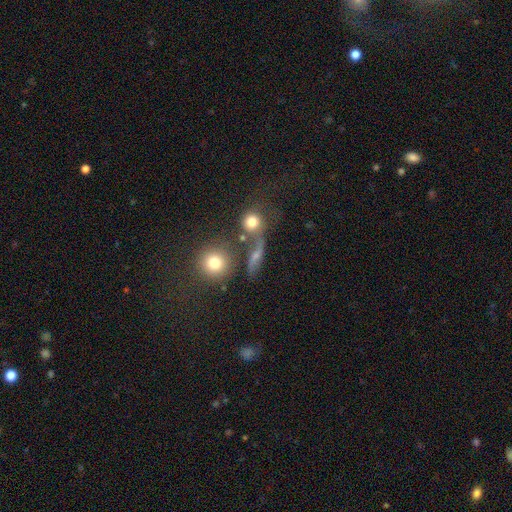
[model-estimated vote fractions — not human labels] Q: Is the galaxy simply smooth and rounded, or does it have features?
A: smooth — 55%.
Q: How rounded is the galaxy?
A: round — 55%.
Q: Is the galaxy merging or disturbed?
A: none — 46%.